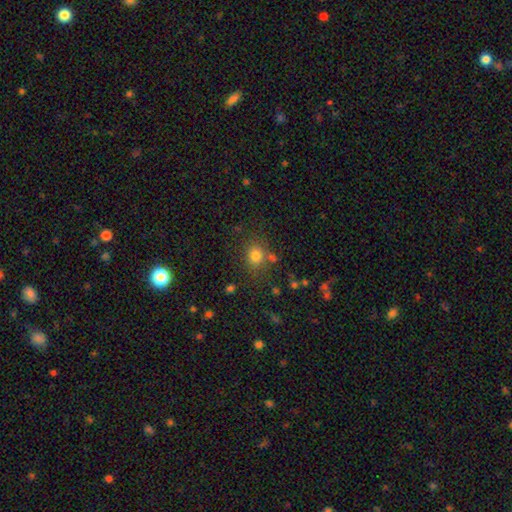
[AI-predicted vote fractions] smooth-or-featured: smooth: 77% | star or artifact: 15% | featured or disk: 8%
  how-rounded: round: 72% | in between: 27% | cigar-shaped: 1%
  merging: none: 72% | minor disturbance: 13% | merger: 10% | major disturbance: 5%